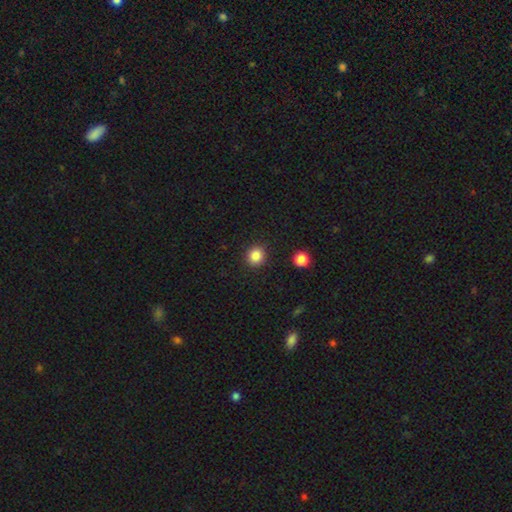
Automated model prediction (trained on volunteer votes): A smooth galaxy with no disk features (85%) that is round (88%).

Vote fractions:
- Smooth or featured? smooth: 85% / star or artifact: 11% / featured or disk: 4%
- How rounded? round: 88% / in between: 11% / cigar-shaped: 1%
- Merging? none: 90% / minor disturbance: 6% / major disturbance: 2% / merger: 2%